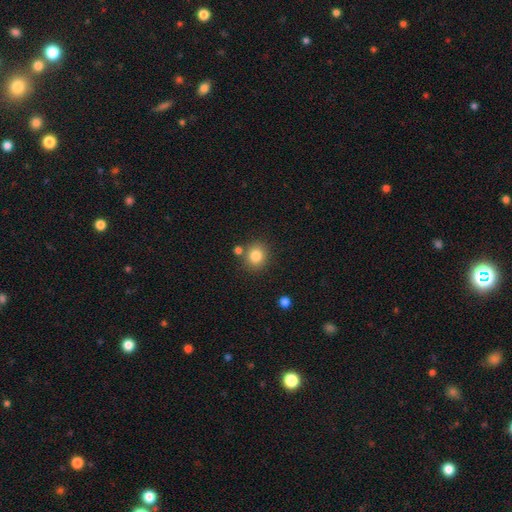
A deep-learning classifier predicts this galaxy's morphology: type=smooth (83%); roundness=round (84%); merging=none (78%).